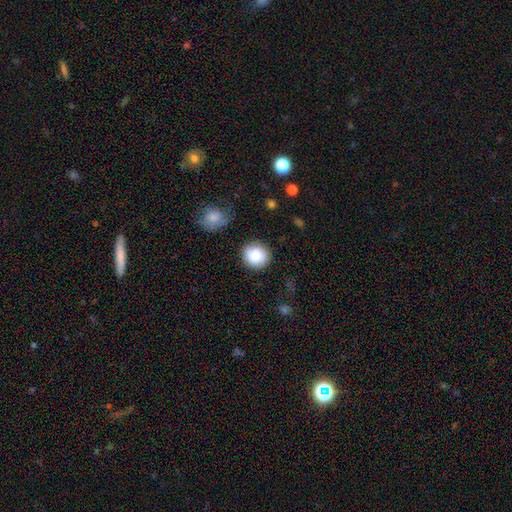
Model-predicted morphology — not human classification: The model was most divided on "smooth or featured": smooth: 83%, featured or disk: 10%, star or artifact: 8%. More confident: how rounded — round (88%); merging — none (84%).